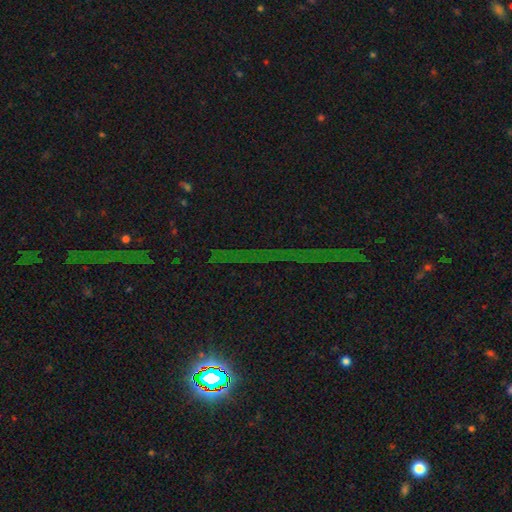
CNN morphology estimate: smooth-or-featured: star or artifact: 81% | featured or disk: 10% | smooth: 9%